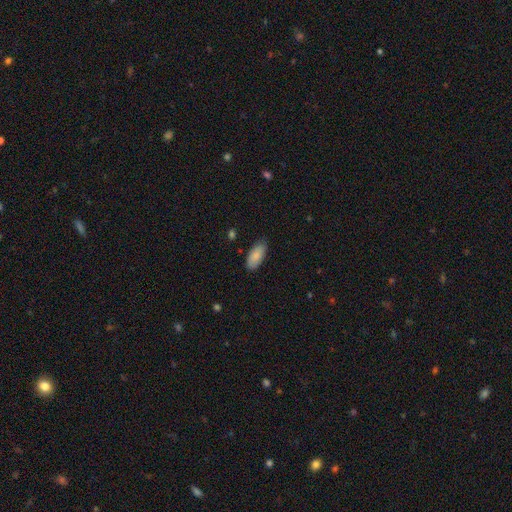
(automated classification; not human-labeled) smooth-or-featured: smooth: 86% | featured or disk: 8% | star or artifact: 6%
  how-rounded: in between: 89% | cigar-shaped: 9% | round: 2%
  merging: none: 82% | minor disturbance: 14% | major disturbance: 2% | merger: 1%